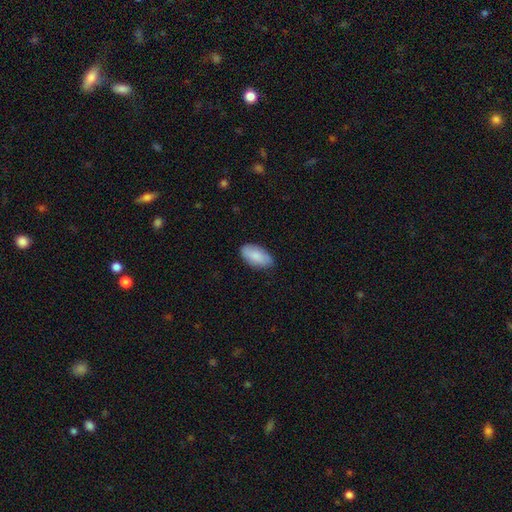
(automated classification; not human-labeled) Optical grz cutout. It shows a smooth galaxy with no disk features (86%) that is in between round and cigar-shaped (94%). Merging: none (83%).